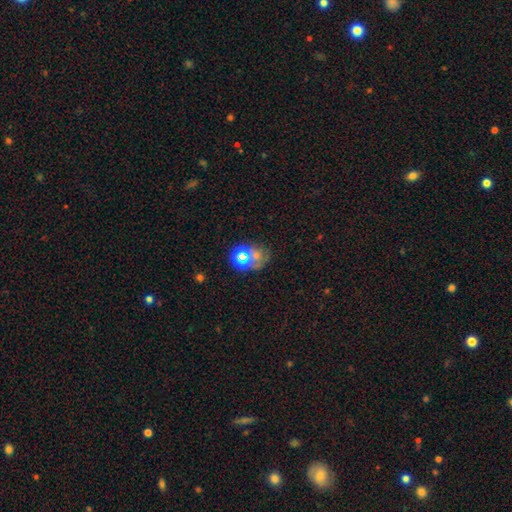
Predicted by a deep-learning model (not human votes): smooth_or_featured: star or artifact (p=0.37) [alt: smooth p=0.36]